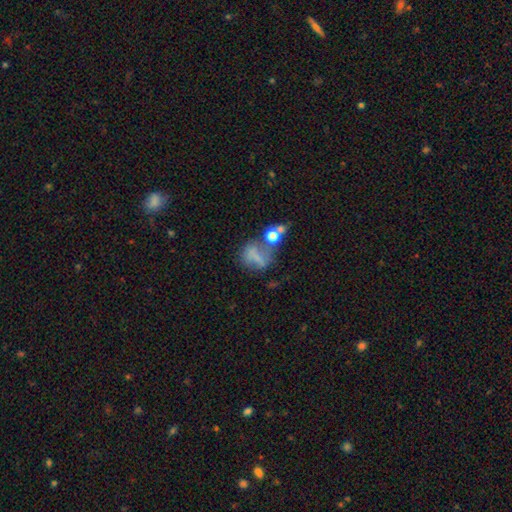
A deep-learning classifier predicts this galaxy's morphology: Smooth or featured? smooth (55%)
How rounded? round (55%)
Merging? none (35%)